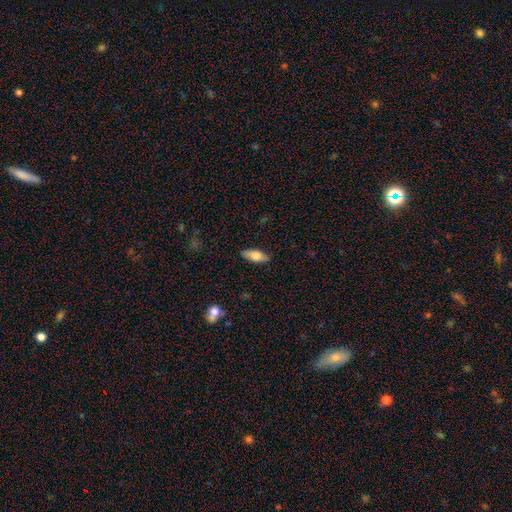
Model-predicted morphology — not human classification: Smooth or featured? smooth (67%)
How rounded? in between (76%)
Merging? none (86%)